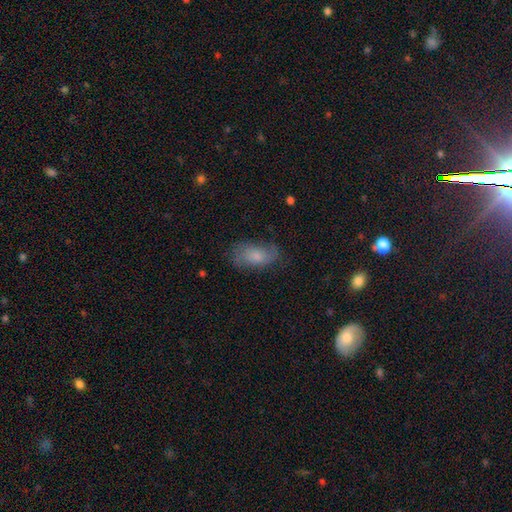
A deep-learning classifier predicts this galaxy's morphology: This is likely a smooth galaxy (65%). How rounded: clearly in between (90%). Merging: likely none (66%).